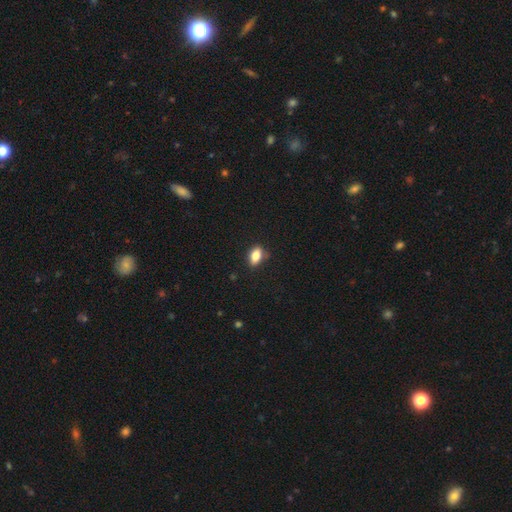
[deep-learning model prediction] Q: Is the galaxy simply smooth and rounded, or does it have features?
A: smooth — 81%.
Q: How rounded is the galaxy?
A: in between — 86%.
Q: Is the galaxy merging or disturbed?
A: none — 80%.